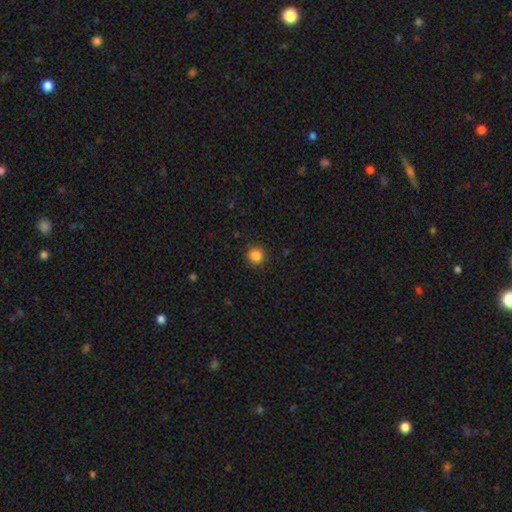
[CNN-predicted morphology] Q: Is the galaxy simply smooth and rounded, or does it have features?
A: smooth — 85%.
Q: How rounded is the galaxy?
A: round — 89%.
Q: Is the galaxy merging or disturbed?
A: none — 89%.